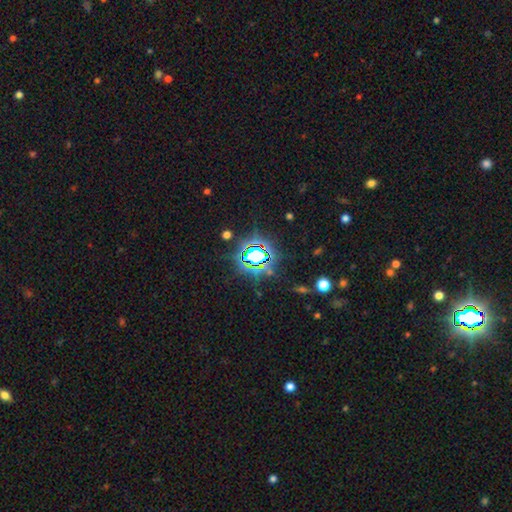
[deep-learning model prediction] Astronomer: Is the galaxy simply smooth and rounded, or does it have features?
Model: star or artifact — 75%.